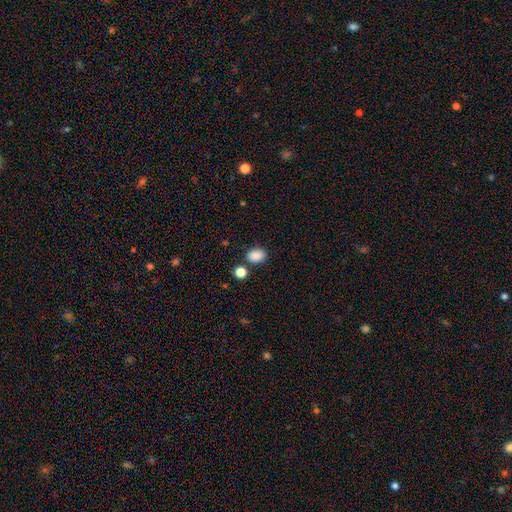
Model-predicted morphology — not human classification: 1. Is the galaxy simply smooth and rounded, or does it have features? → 87% smooth, 10% star or artifact, 3% featured or disk.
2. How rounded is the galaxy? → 70% in between, 28% round, 1% cigar-shaped.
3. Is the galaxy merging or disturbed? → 80% none, 11% minor disturbance, 6% merger, 3% major disturbance.